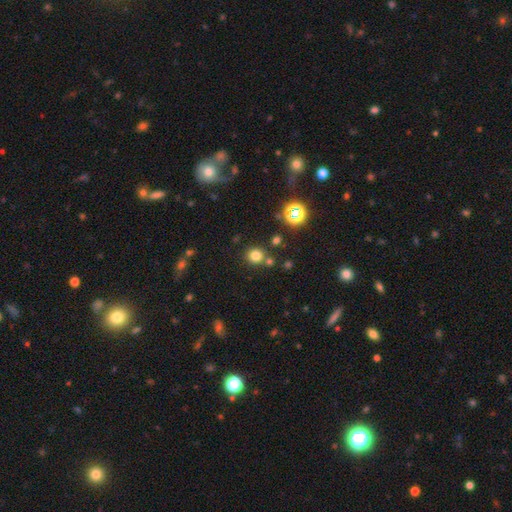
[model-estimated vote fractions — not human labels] Smooth or featured? Predicted: smooth (p=0.77). How rounded? Predicted: round (p=0.89). Merging? Predicted: none (p=0.76).